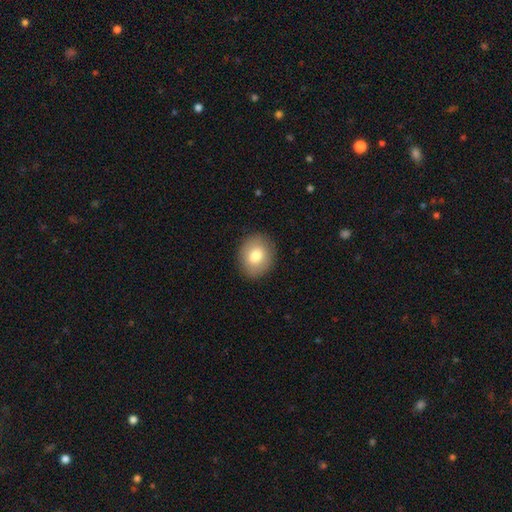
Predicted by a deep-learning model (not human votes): smooth_or_featured: smooth (p=0.79) [alt: featured or disk p=0.13]
how_rounded: round (p=0.55) [alt: in between p=0.44]
merging: none (p=0.89) [alt: minor disturbance p=0.08]